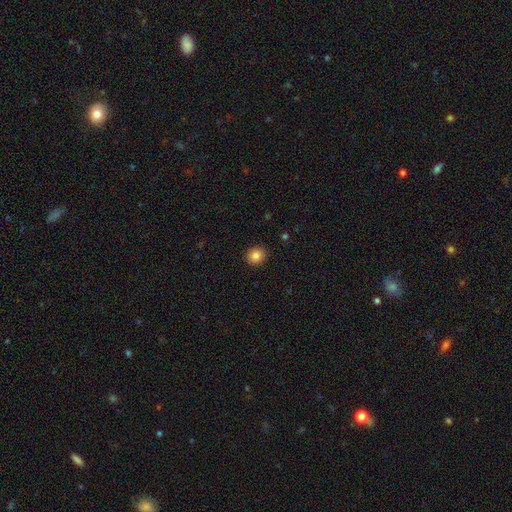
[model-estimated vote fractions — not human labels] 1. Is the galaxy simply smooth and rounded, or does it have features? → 84% smooth, 10% star or artifact, 6% featured or disk.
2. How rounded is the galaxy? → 84% round, 15% in between, 1% cigar-shaped.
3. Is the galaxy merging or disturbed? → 92% none, 5% minor disturbance, 2% major disturbance, 1% merger.